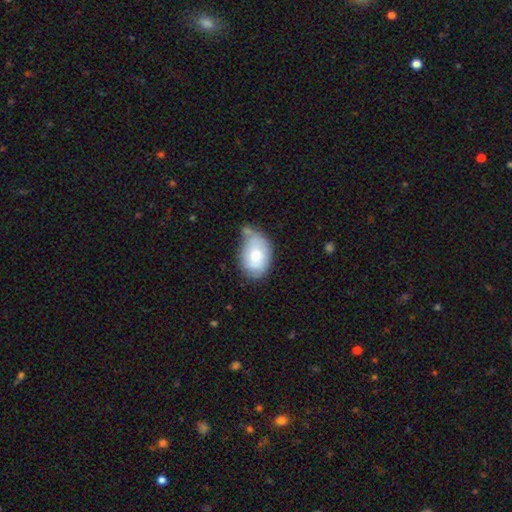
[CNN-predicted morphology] Smooth or featured? Predicted: smooth (p=0.69). How rounded? Predicted: in between (p=0.85). Merging? Predicted: none (p=0.43).